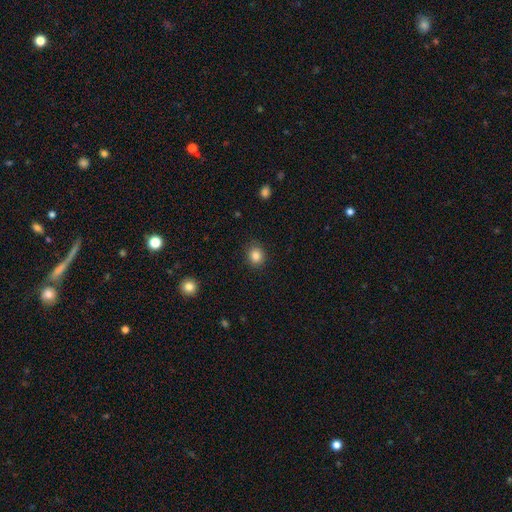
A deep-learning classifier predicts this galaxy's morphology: This is clearly a smooth galaxy (85%). How rounded: likely round (74%). Merging: clearly none (87%).